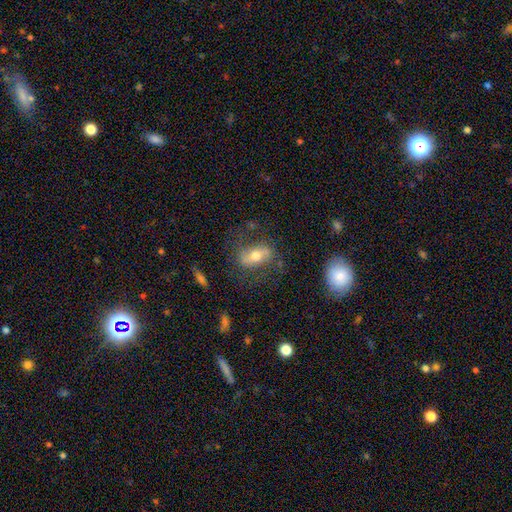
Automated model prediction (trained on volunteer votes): featured or disk 53%, smooth 37%, star or artifact 10%. Down the decision tree: edge-on disk — no (86%); merging — none (65%).